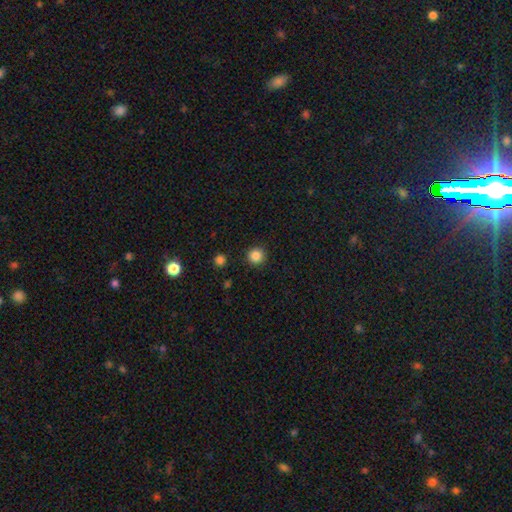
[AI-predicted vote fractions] Overall: smooth (86%). How rounded: round (96%). Merging: none (92%).